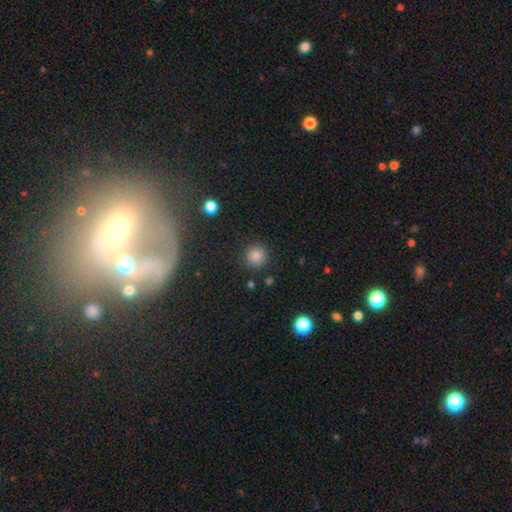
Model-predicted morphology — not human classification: This appears to be a smooth galaxy with no disk features (80%) that is round (93%). Merging: none (88%).